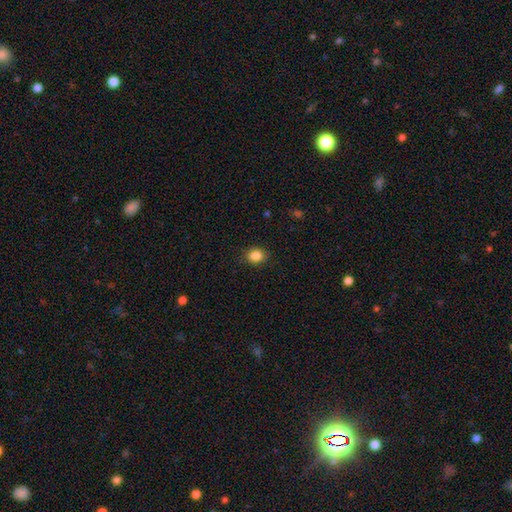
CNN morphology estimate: Smooth or featured? smooth (86%)
How rounded? round (64%)
Merging? none (87%)